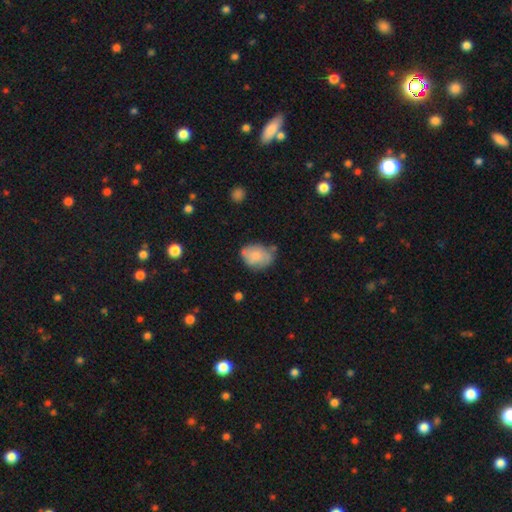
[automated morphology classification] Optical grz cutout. It shows a smooth galaxy with no disk features (72%) that is in between round and cigar-shaped (71%). Merging: none (53%).